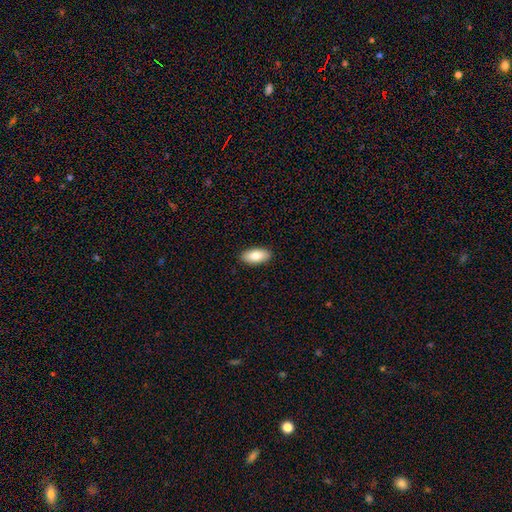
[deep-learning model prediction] This appears to be a smooth galaxy with no disk features (84%) that is in between round and cigar-shaped (92%). Merging: none (90%).